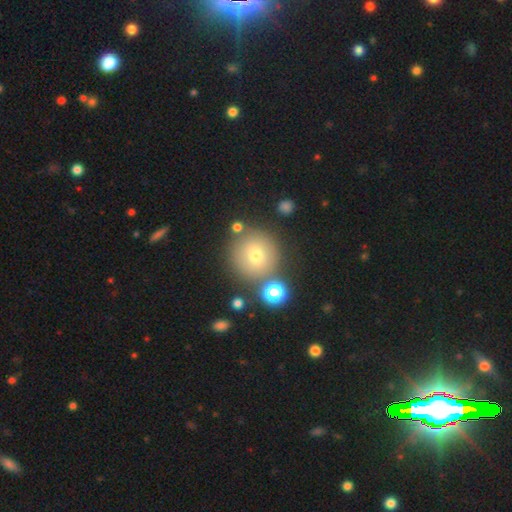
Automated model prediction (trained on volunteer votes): Smooth or featured? Predicted: smooth (p=0.70). How rounded? Predicted: round (p=0.93). Merging? Predicted: none (p=0.76).